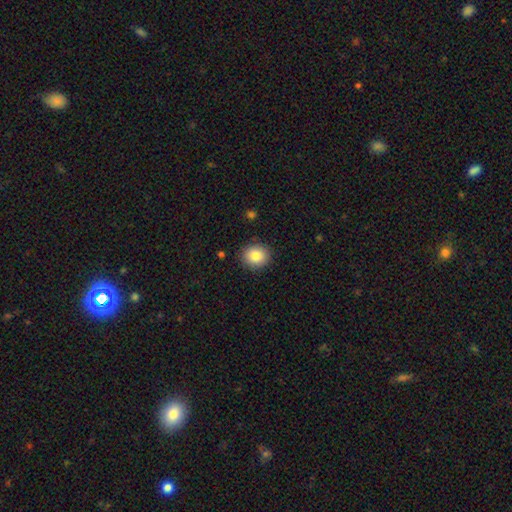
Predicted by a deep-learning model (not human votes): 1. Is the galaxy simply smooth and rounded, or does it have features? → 83% smooth, 9% star or artifact, 8% featured or disk.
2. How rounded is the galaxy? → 82% round, 17% in between, 1% cigar-shaped.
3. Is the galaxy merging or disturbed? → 90% none, 7% minor disturbance, 2% major disturbance, 1% merger.